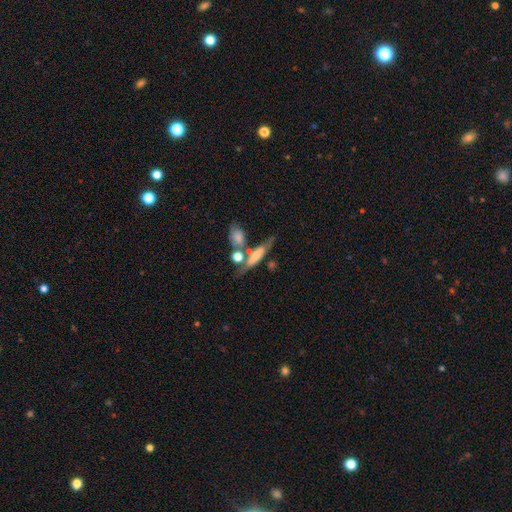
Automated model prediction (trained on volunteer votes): Smooth or featured: smooth — 55% (featured or disk — 37%)
How rounded: cigar-shaped — 61% (in between — 33%)
Merging: none — 48% (merger — 28%)